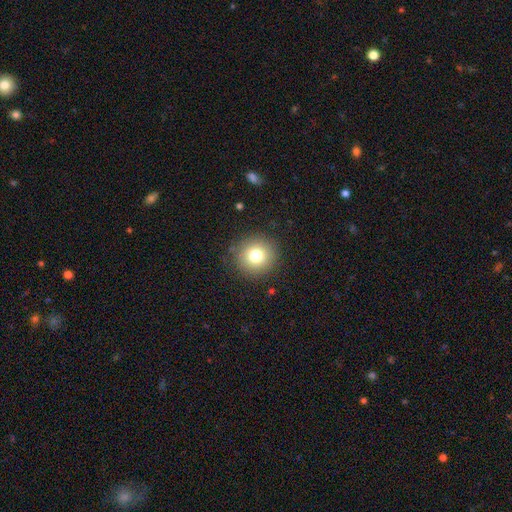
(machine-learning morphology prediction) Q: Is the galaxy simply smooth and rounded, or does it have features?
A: smooth — 77%.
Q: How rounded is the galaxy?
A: round — 93%.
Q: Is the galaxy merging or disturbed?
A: none — 88%.